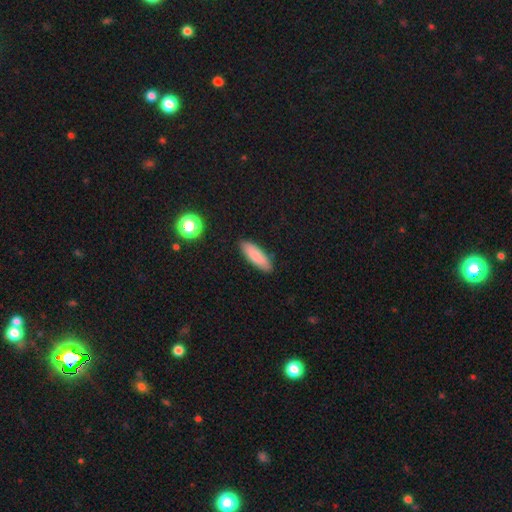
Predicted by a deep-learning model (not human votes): Q: Smooth or featured?
A: smooth (85%); runner-up: featured or disk (8%)
Q: How rounded?
A: in between (52%); runner-up: cigar-shaped (46%)
Q: Merging?
A: none (87%); runner-up: minor disturbance (10%)